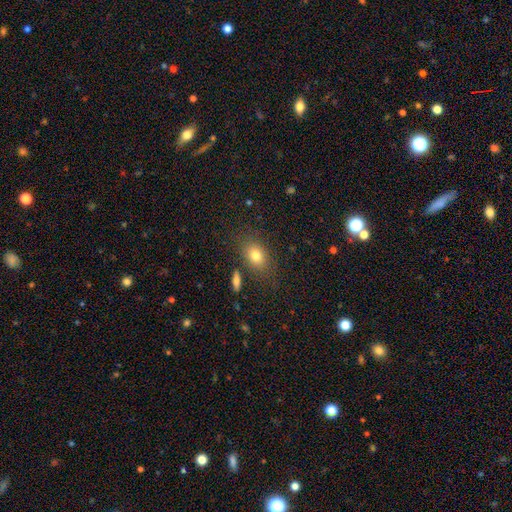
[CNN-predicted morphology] A smooth galaxy with no disk features (79%) that is in between round and cigar-shaped (72%).

Vote fractions:
- Smooth or featured? smooth: 79% / featured or disk: 11% / star or artifact: 10%
- How rounded? in between: 72% / round: 26% / cigar-shaped: 2%
- Merging? none: 77% / minor disturbance: 13% / major disturbance: 5% / merger: 5%